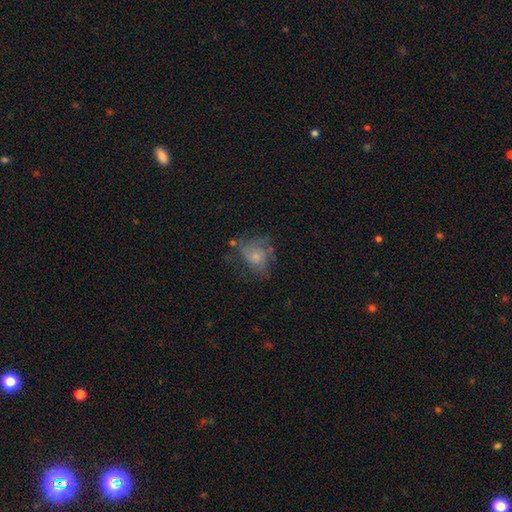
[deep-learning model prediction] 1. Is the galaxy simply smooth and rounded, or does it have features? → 45% featured or disk, 44% smooth, 11% star or artifact.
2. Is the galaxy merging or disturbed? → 38% none, 30% major disturbance, 26% minor disturbance, 5% merger.